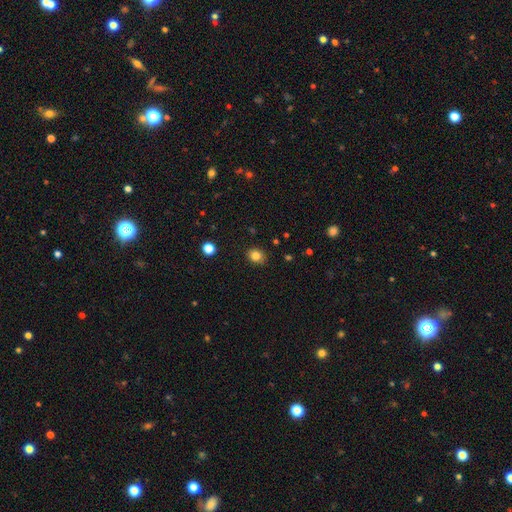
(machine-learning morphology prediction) Smooth or featured?
  - smooth: 83% *
  - star or artifact: 12%
  - featured or disk: 6%
How rounded?
  - round: 62% *
  - in between: 37%
  - cigar-shaped: 1%
Merging?
  - none: 87% *
  - minor disturbance: 10%
  - major disturbance: 2%
  - merger: 1%